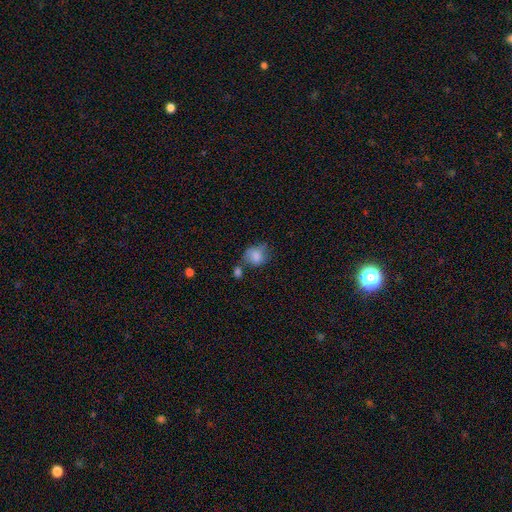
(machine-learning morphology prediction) This appears to be a smooth galaxy with no disk features (78%) that is round (57%). Merging: none (40%).